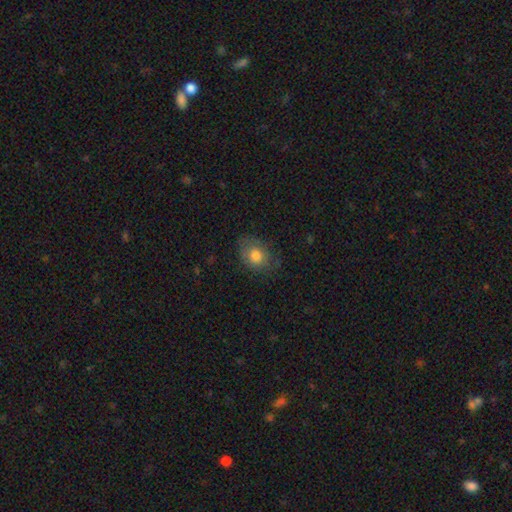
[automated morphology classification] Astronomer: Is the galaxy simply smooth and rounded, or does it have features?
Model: smooth — 79%.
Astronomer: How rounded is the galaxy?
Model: in between — 59% (runner-up: round, 40%).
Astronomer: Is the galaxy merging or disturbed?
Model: none — 69%.